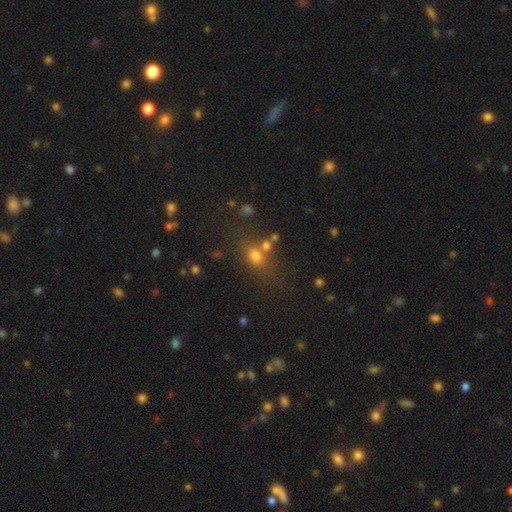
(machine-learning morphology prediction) Smooth or featured? smooth (68%)
How rounded? in between (57%)
Merging? none (59%)